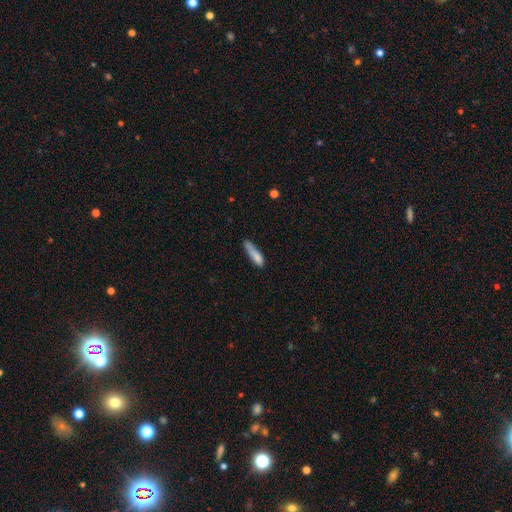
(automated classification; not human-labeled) smooth 79%, featured or disk 13%, star or artifact 8%. Down the decision tree: how rounded — cigar-shaped (78%); merging — none (51%).